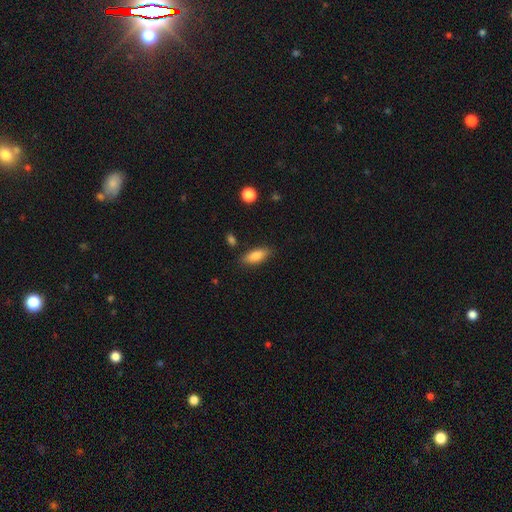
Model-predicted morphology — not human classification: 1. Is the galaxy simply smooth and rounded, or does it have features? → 84% smooth, 9% featured or disk, 7% star or artifact.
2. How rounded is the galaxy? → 78% in between, 19% cigar-shaped, 3% round.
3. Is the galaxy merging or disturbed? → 83% none, 12% minor disturbance, 3% major disturbance, 2% merger.